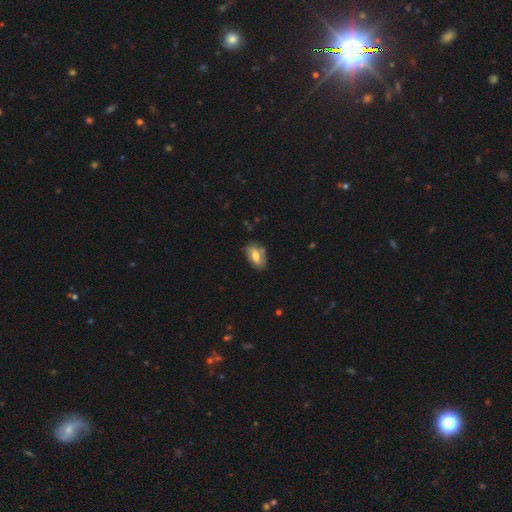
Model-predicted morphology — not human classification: smooth_or_featured: smooth (p=0.58) [alt: featured or disk p=0.35]
how_rounded: in between (p=0.90) [alt: round p=0.07]
merging: none (p=0.71) [alt: minor disturbance p=0.21]